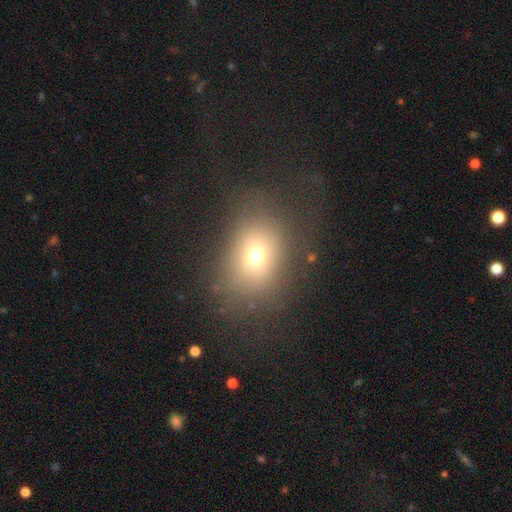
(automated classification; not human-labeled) This is likely a smooth galaxy (65%). How rounded: possibly in between (50%). Merging: possibly none (59%).